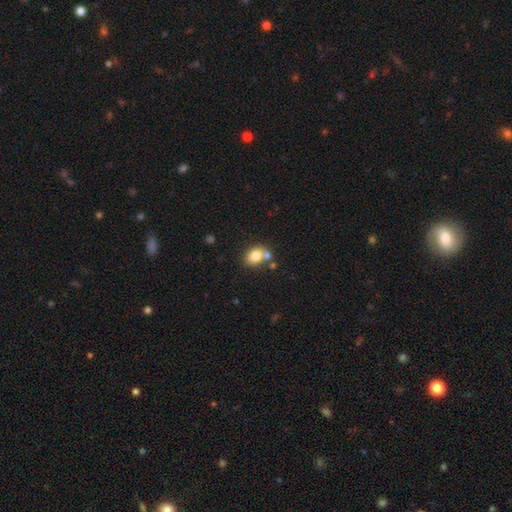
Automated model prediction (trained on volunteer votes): Morphology: type=smooth (80%); roundness=in between (61%); merging=none (60%).